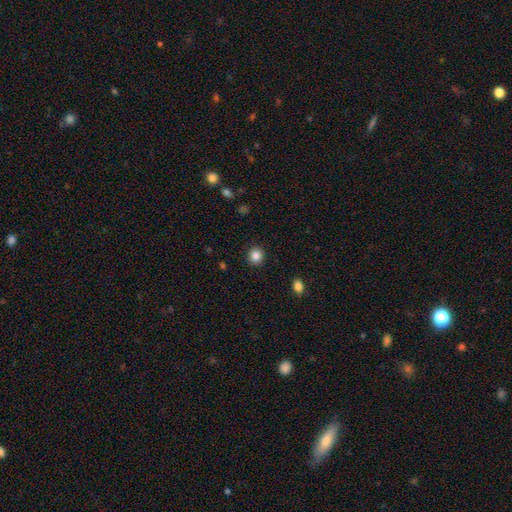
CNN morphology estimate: A smooth galaxy with no disk features (85%) that is round (88%).

Vote fractions:
- Smooth or featured? smooth: 85% / star or artifact: 10% / featured or disk: 4%
- How rounded? round: 88% / in between: 12% / cigar-shaped: 1%
- Merging? none: 91% / minor disturbance: 6% / major disturbance: 2% / merger: 1%